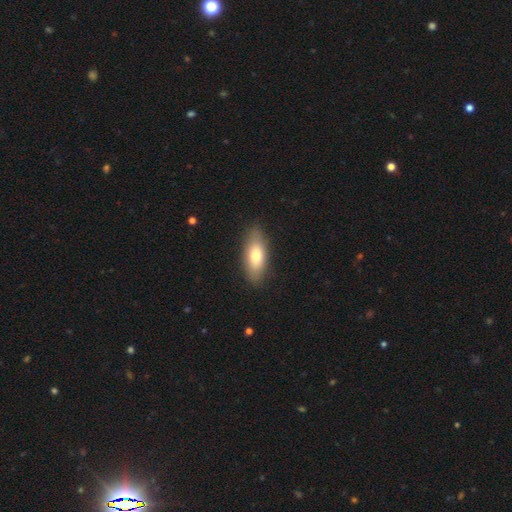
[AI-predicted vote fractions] smooth_or_featured: smooth (p=0.73) [alt: featured or disk p=0.21]
how_rounded: in between (p=0.79) [alt: cigar-shaped p=0.17]
merging: none (p=0.86) [alt: minor disturbance p=0.10]